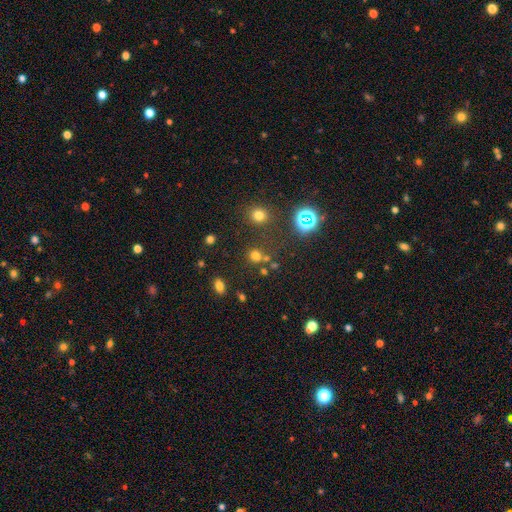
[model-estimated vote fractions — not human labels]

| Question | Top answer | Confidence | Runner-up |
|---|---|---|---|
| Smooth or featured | smooth | 64% | star or artifact (28%) |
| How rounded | round | 79% | in between (19%) |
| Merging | none | 66% | merger (18%) |